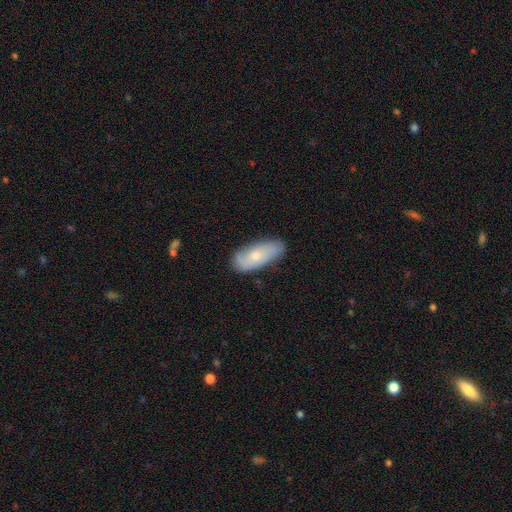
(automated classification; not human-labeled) A smooth galaxy with no disk features (51%) that is in between round and cigar-shaped (82%). Merging: none (72%).